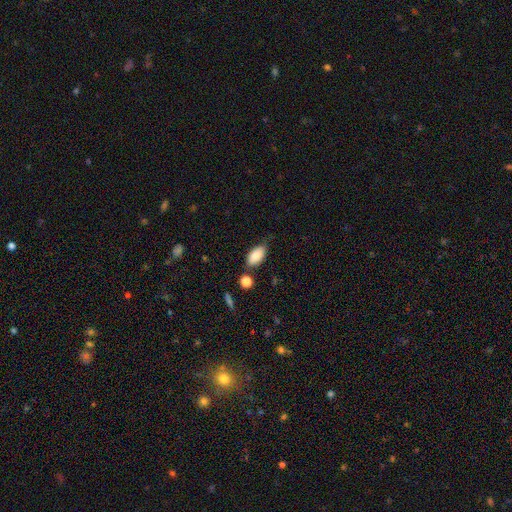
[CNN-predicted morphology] A smooth galaxy with no disk features (85%) that is in between round and cigar-shaped (93%).

Vote fractions:
- Smooth or featured? smooth: 85% / featured or disk: 8% / star or artifact: 7%
- How rounded? in between: 93% / cigar-shaped: 4% / round: 4%
- Merging? none: 72% / minor disturbance: 18% / merger: 6% / major disturbance: 4%